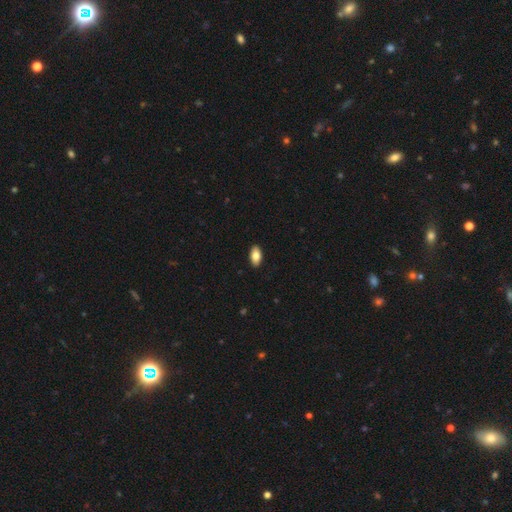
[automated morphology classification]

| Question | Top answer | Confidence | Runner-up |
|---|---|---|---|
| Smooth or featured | smooth | 83% | featured or disk (11%) |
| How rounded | in between | 93% | cigar-shaped (4%) |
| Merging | none | 91% | minor disturbance (7%) |